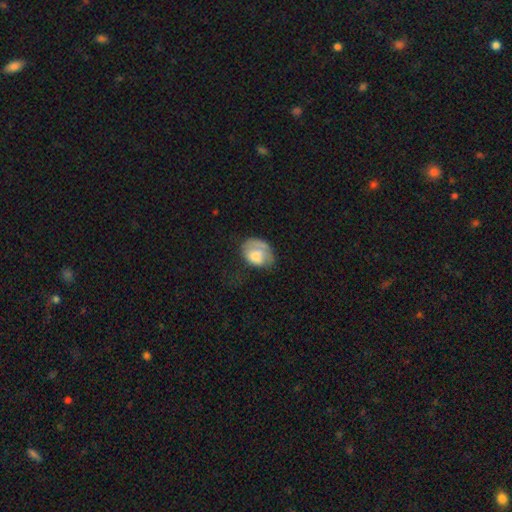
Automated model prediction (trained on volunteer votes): Smooth or featured? smooth (60%)
How rounded? in between (72%)
Merging? none (37%)